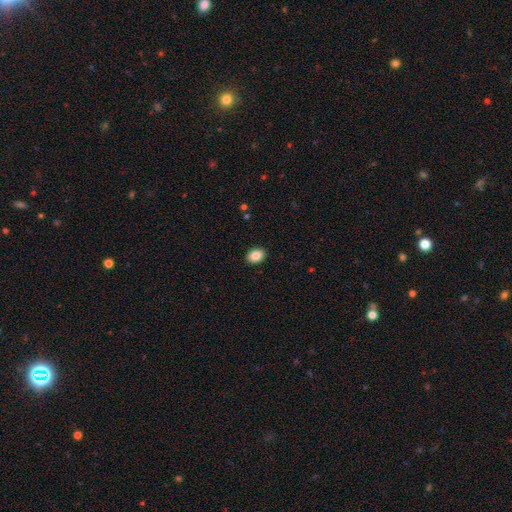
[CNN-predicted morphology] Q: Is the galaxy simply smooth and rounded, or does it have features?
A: smooth — 86%.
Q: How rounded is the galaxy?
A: in between — 66%.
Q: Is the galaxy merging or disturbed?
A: none — 91%.